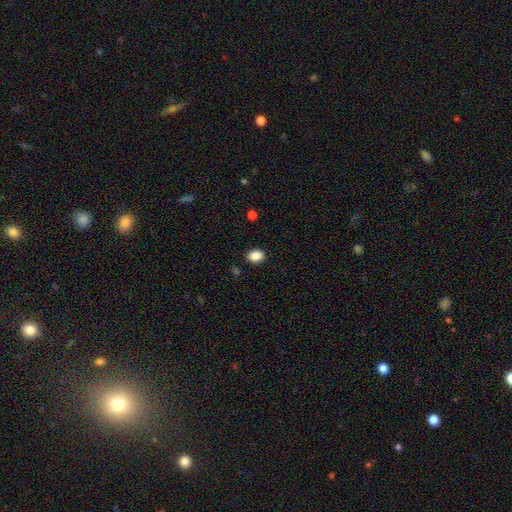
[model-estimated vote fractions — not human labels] A smooth galaxy with no disk features (87%) that is in between round and cigar-shaped (72%).

Vote fractions:
- Smooth or featured? smooth: 87% / star or artifact: 9% / featured or disk: 4%
- How rounded? in between: 72% / round: 27% / cigar-shaped: 1%
- Merging? none: 89% / minor disturbance: 8% / major disturbance: 2% / merger: 1%